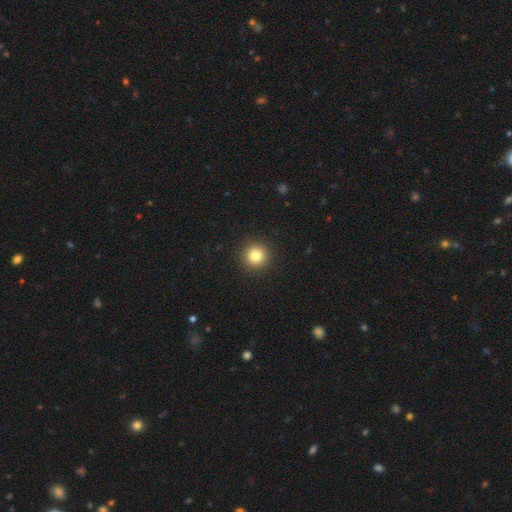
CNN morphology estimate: This is clearly a smooth galaxy (82%). How rounded: clearly round (95%). Merging: clearly none (93%).